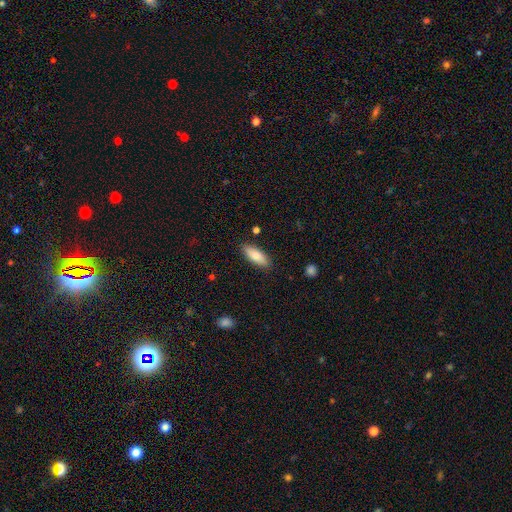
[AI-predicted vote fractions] The model was most divided on "how rounded": in between: 66%, cigar-shaped: 31%, round: 2%. More confident: merging — none (87%); smooth or featured — smooth (79%).